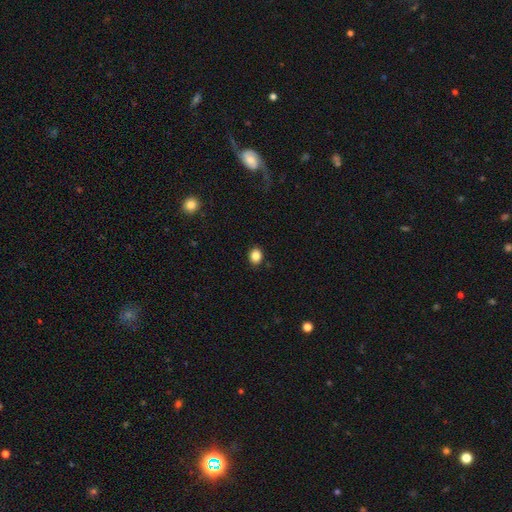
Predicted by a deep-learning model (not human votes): Q: Smooth or featured?
A: smooth (86%); runner-up: star or artifact (10%)
Q: How rounded?
A: round (56%); runner-up: in between (44%)
Q: Merging?
A: none (90%); runner-up: minor disturbance (7%)